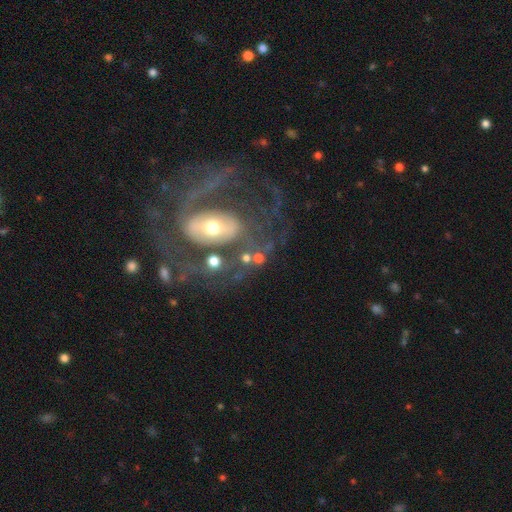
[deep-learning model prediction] Smooth or featured? featured or disk (83%)
Edge-on disk? no (95%)
Bar? no (39%)
Spiral arms? yes (71%)
Spiral winding? medium (42%)
Spiral arm count? 2 (60%)
Bulge size? small (44%, tied with moderate)
Merging? none (60%)